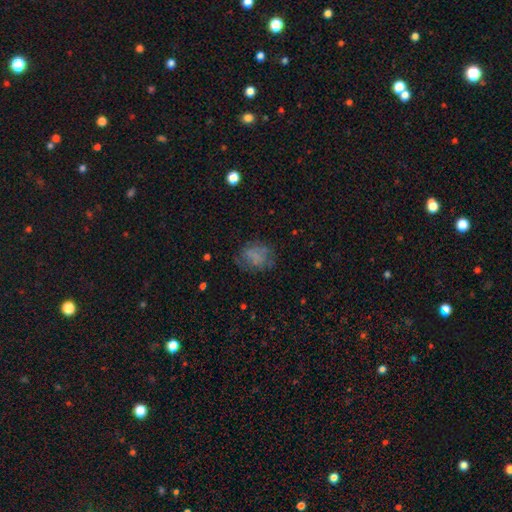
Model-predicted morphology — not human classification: Smooth or featured? smooth (59%)
How rounded? round (51%)
Merging? none (59%)